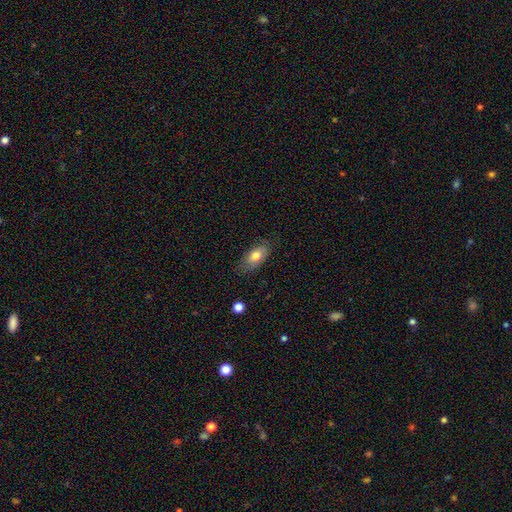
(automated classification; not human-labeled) The model was most divided on "merging": none: 73%, minor disturbance: 20%, major disturbance: 5%, merger: 1%. More confident: how rounded — in between (89%); smooth or featured — smooth (75%).